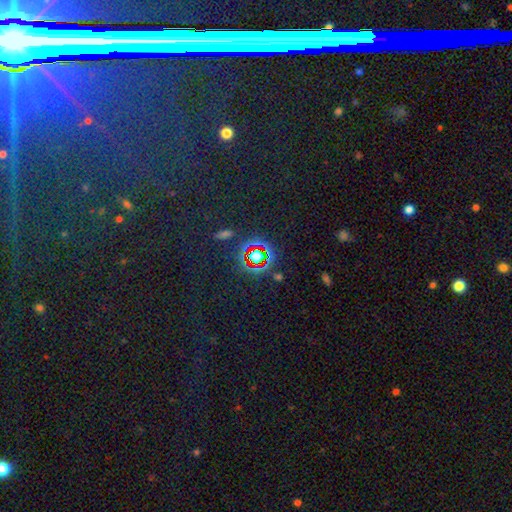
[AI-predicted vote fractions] This appears to be a star or artifact, not a galaxy (68%).